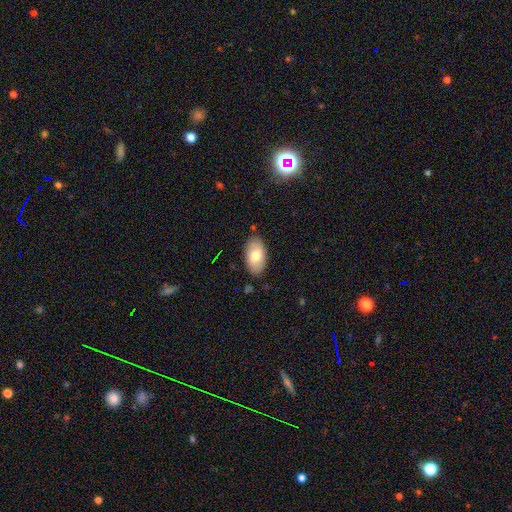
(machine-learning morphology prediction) The model was most divided on "smooth or featured": smooth: 74%, featured or disk: 20%, star or artifact: 6%. More confident: how rounded — in between (95%); merging — none (85%).